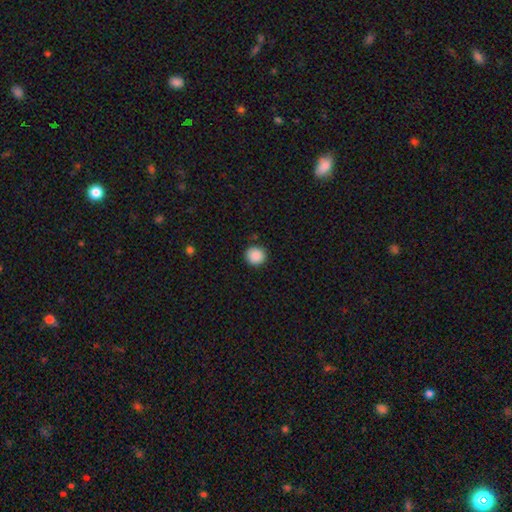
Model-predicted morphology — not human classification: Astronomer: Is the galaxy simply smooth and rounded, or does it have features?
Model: smooth — 88%.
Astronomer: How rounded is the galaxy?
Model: round — 93%.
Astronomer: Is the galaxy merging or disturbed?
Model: none — 90%.